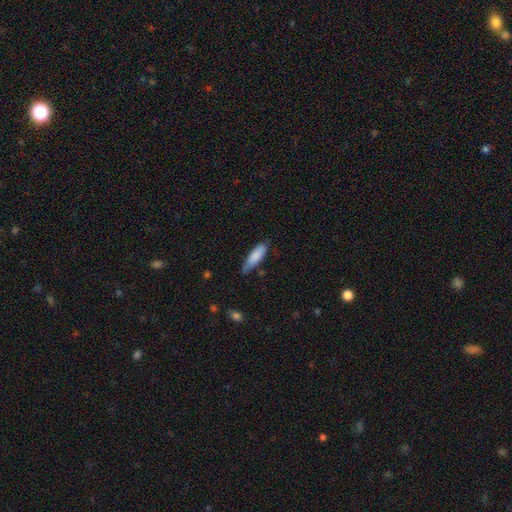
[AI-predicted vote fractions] Smooth or featured: smooth — 84% (featured or disk — 11%)
How rounded: cigar-shaped — 50% (in between — 49%)
Merging: none — 61% (minor disturbance — 31%)